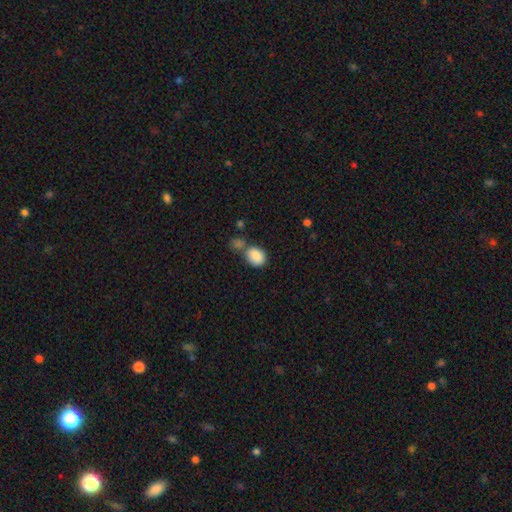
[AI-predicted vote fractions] Q: Smooth or featured?
A: smooth (87%); runner-up: star or artifact (8%)
Q: How rounded?
A: in between (58%); runner-up: round (41%)
Q: Merging?
A: none (50%); runner-up: merger (30%)